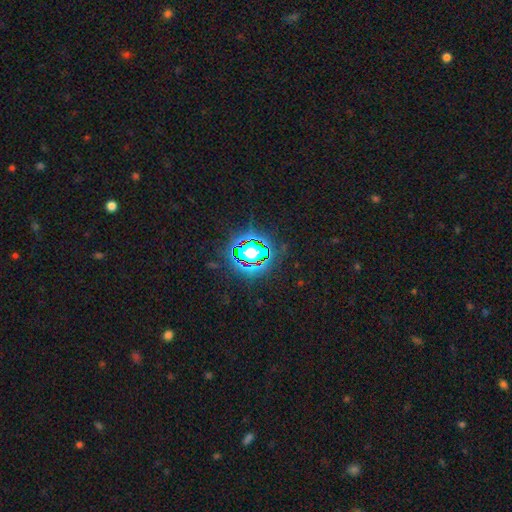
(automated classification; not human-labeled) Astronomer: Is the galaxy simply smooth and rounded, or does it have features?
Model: star or artifact — 80%.